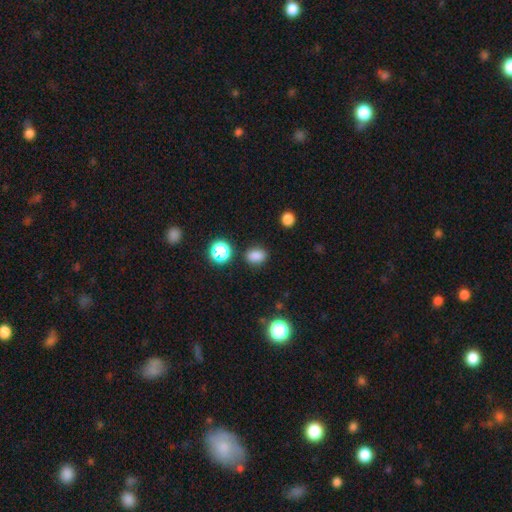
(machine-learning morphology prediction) A smooth galaxy with no disk features (81%) that is in between round and cigar-shaped (68%). Merging: none (86%).